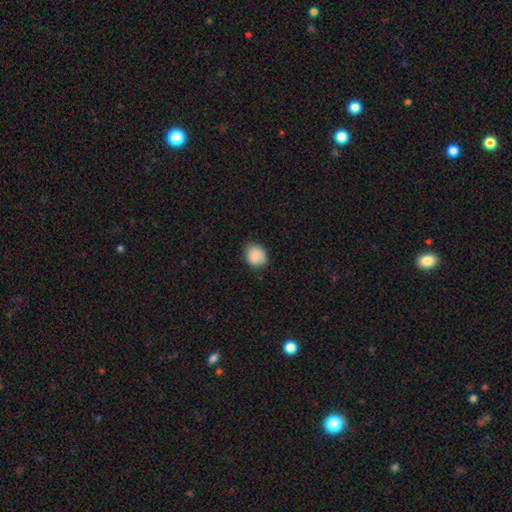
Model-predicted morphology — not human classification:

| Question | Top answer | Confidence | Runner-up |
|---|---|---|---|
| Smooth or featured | smooth | 88% | star or artifact (8%) |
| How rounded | round | 64% | in between (35%) |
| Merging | none | 78% | minor disturbance (18%) |